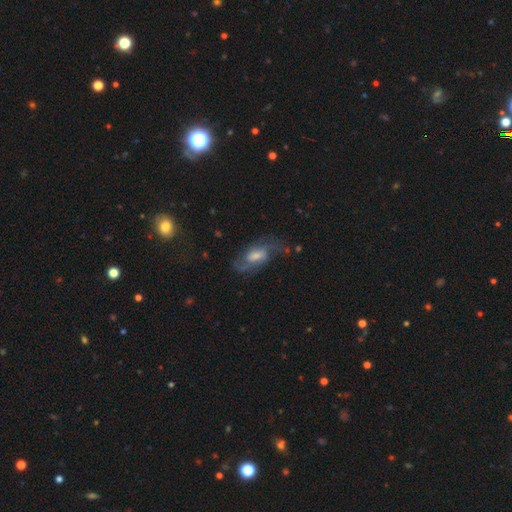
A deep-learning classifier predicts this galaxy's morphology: Overall: featured or disk (77%). Edge-on disk: no (94%). Bar: weak (50%; no 37%). Spiral arms: yes (92%). Spiral arm count: 2 (70%). Spiral winding: medium (49%; loose 31%). Bulge size: moderate (50%; small 28%). Merging: none (63%).